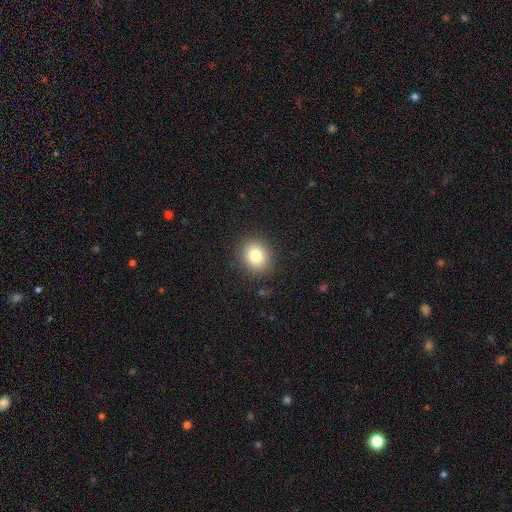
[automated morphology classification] smooth-or-featured: smooth: 81% | star or artifact: 11% | featured or disk: 8%
  how-rounded: round: 74% | in between: 25% | cigar-shaped: 1%
  merging: none: 89% | minor disturbance: 8% | major disturbance: 3% | merger: 1%